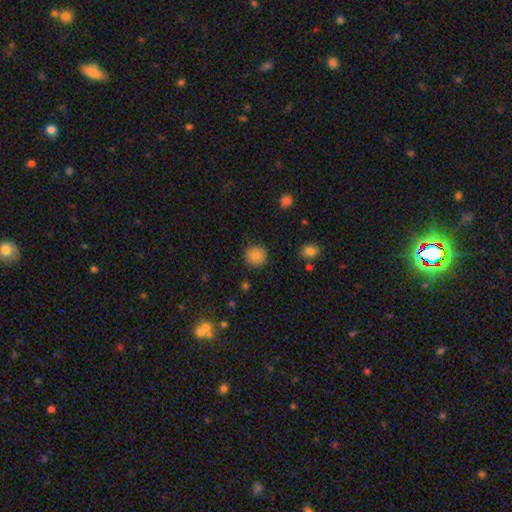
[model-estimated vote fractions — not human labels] A smooth galaxy with no disk features (86%) that is round (90%). Merging: none (87%).